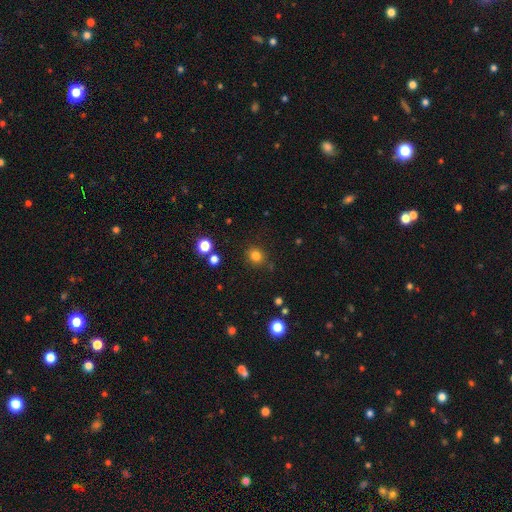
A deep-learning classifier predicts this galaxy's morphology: This appears to be a smooth galaxy with no disk features (80%) that is round (85%). Merging: none (85%).